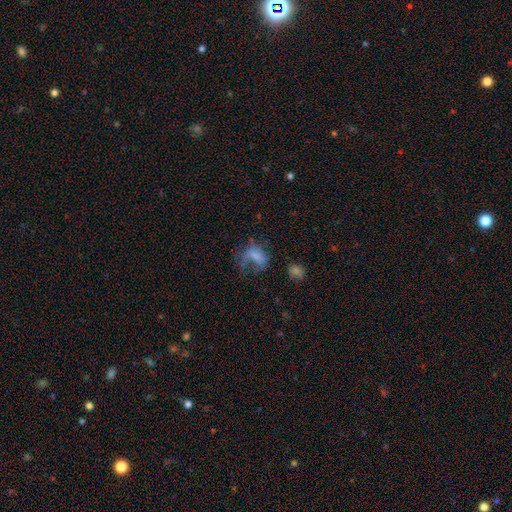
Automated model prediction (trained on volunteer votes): Smooth or featured? smooth (58%)
How rounded? in between (72%)
Merging? major disturbance (52%)